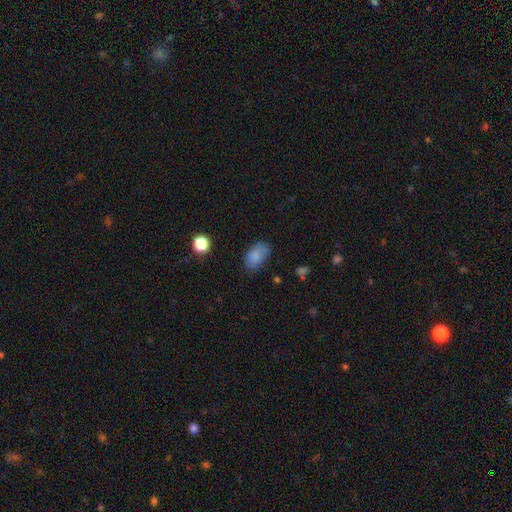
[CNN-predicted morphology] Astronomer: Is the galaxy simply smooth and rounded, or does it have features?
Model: smooth — 83%.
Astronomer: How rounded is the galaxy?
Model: in between — 90%.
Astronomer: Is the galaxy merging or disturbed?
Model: none — 72%.